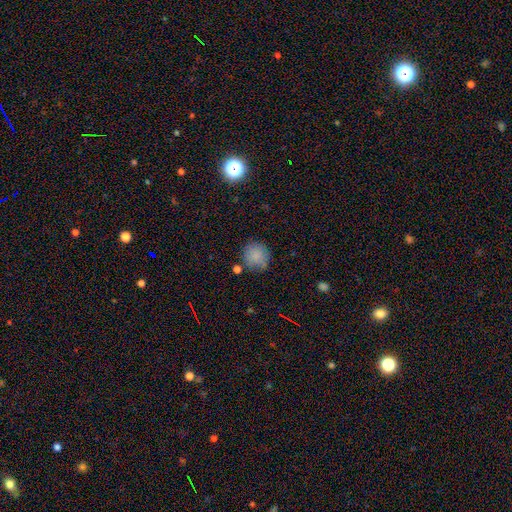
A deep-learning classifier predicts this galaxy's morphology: Overall: smooth (83%). How rounded: round (90%). Merging: none (72%).